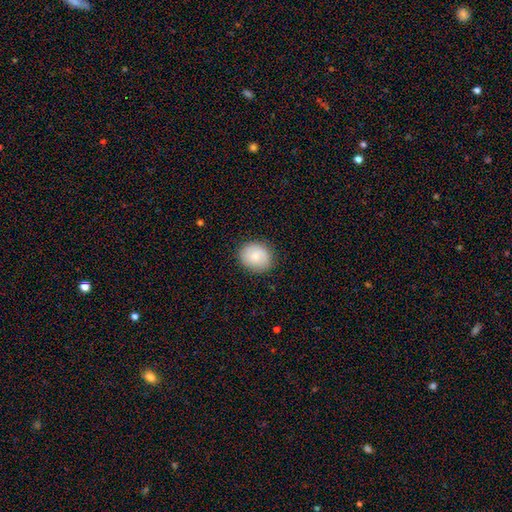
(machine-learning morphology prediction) Smooth or featured: smooth — 80% (featured or disk — 13%)
How rounded: round — 68% (in between — 31%)
Merging: none — 85% (minor disturbance — 11%)